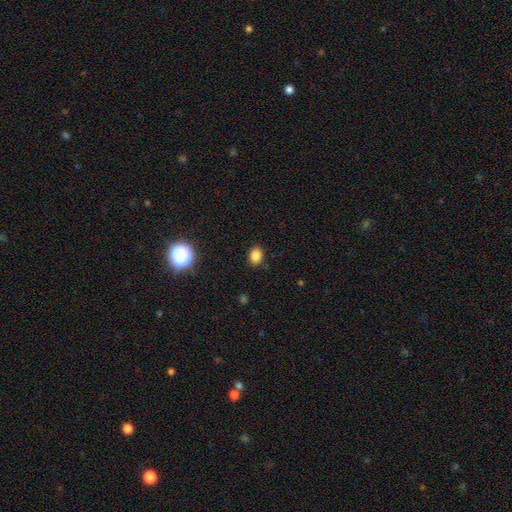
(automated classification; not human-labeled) Q: Smooth or featured?
A: smooth (83%); runner-up: star or artifact (13%)
Q: How rounded?
A: in between (58%); runner-up: round (41%)
Q: Merging?
A: none (88%); runner-up: minor disturbance (9%)